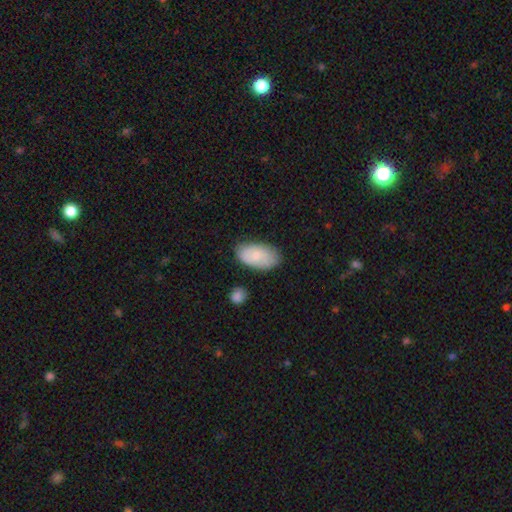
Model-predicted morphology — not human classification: Smooth or featured? Predicted: smooth (p=0.72). How rounded? Predicted: in between (p=0.94). Merging? Predicted: none (p=0.75).